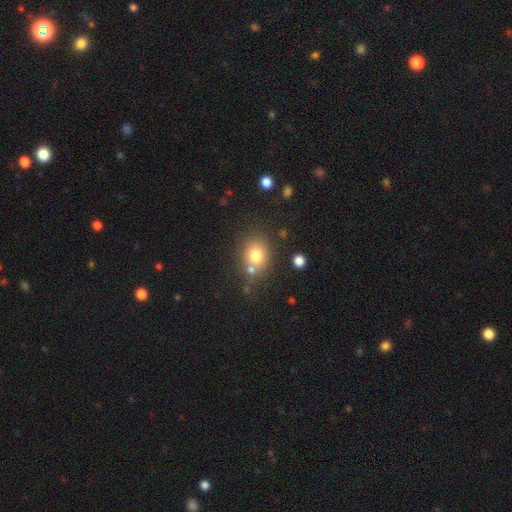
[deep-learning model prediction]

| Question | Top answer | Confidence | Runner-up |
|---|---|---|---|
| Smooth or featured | smooth | 75% | star or artifact (13%) |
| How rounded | round | 65% | in between (34%) |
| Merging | none | 61% | merger (21%) |